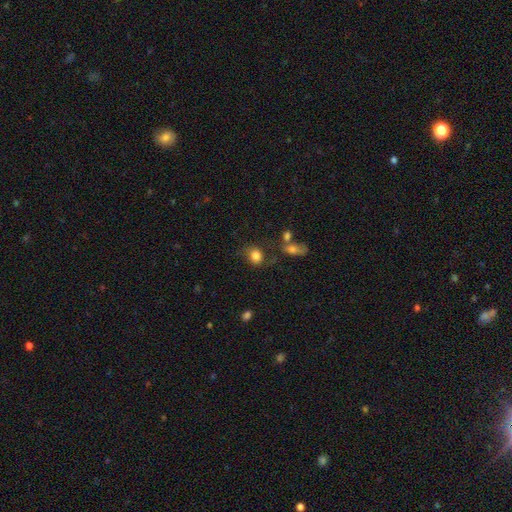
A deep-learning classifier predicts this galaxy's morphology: Smooth or featured? Predicted: smooth (p=0.81). How rounded? Predicted: round (p=0.53). Merging? Predicted: none (p=0.61).